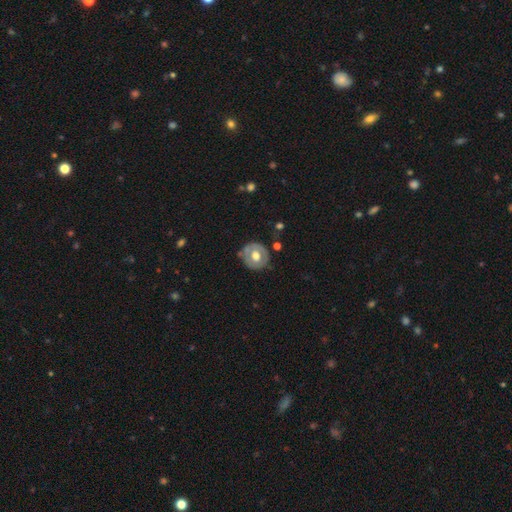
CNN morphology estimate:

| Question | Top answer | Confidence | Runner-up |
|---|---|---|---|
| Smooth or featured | featured or disk | 48% | smooth (47%) |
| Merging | none | 74% | minor disturbance (18%) |